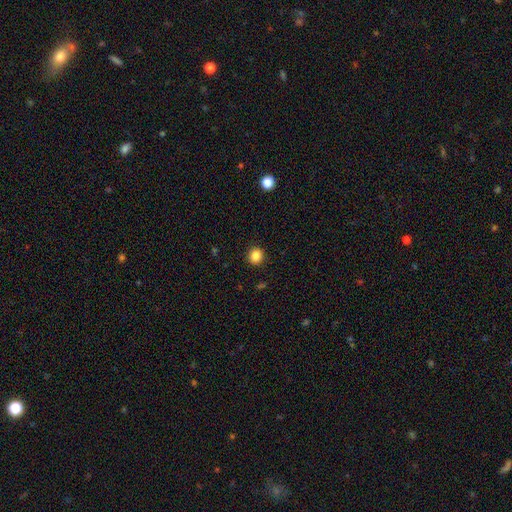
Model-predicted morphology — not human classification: Overall: smooth (85%). How rounded: round (86%). Merging: none (91%).